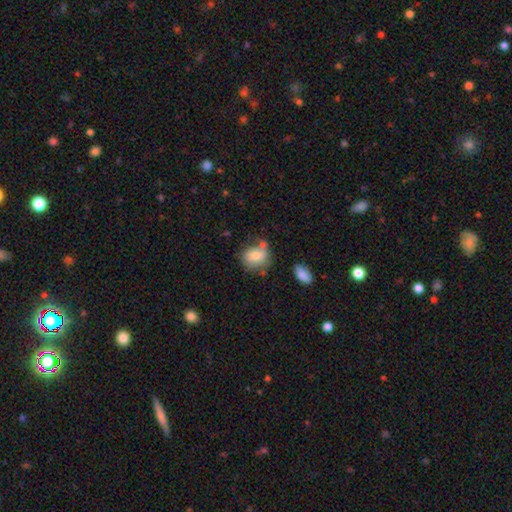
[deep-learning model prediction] Smooth or featured: smooth — 74% (featured or disk — 18%)
How rounded: round — 60% (in between — 39%)
Merging: none — 52% (minor disturbance — 23%)